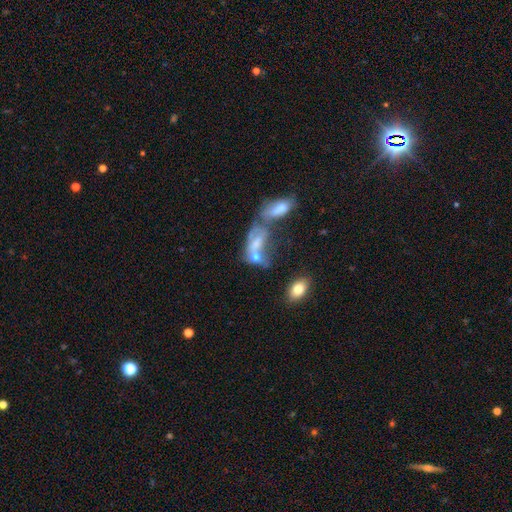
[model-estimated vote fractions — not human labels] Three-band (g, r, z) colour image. It shows a smooth galaxy with no disk features (49%). Merging: merger (51%).